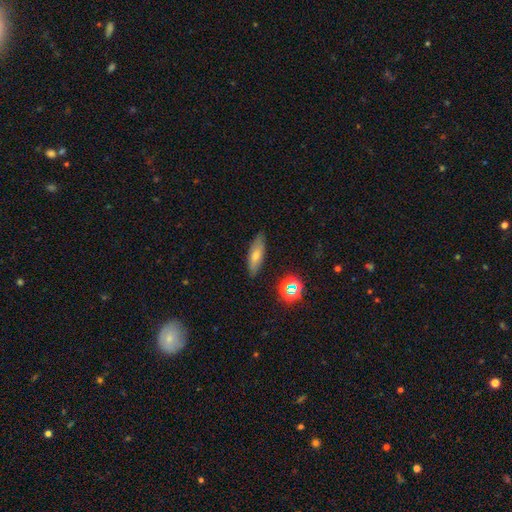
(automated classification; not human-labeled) smooth-or-featured: smooth: 60% | featured or disk: 27% | star or artifact: 13%
  how-rounded: in between: 49% | cigar-shaped: 47% | round: 4%
  merging: none: 85% | minor disturbance: 11% | major disturbance: 2% | merger: 2%